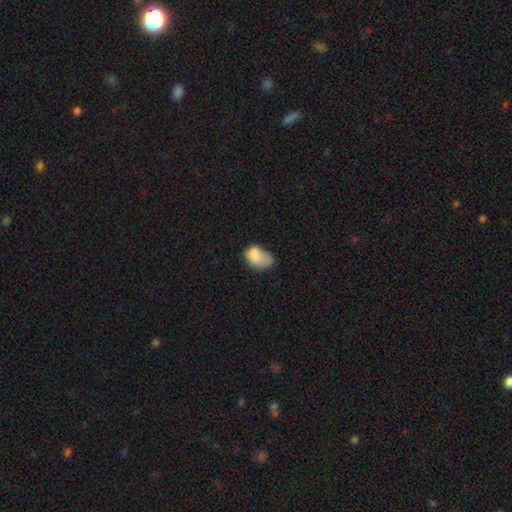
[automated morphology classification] Smooth or featured: smooth — 79% (featured or disk — 12%)
How rounded: in between — 84% (round — 15%)
Merging: minor disturbance — 38% (none — 32%)